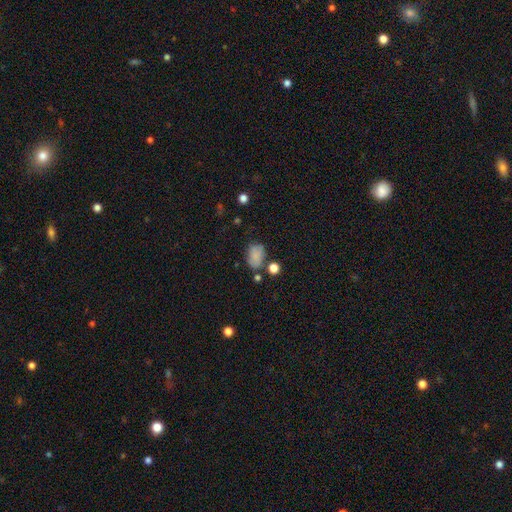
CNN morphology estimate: Smooth or featured: smooth — 78% (featured or disk — 11%)
How rounded: in between — 80% (round — 19%)
Merging: none — 58% (minor disturbance — 23%)